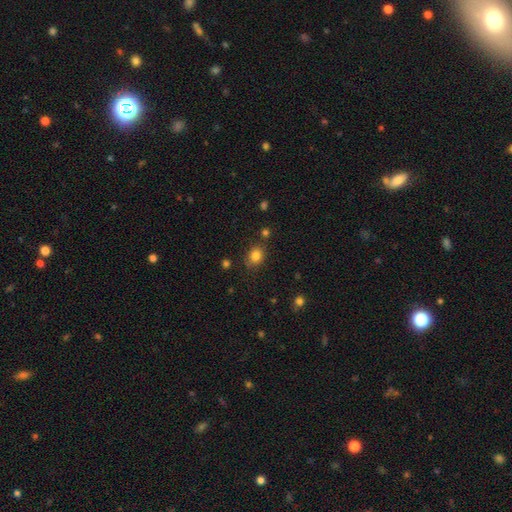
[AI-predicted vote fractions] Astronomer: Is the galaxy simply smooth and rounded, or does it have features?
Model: smooth — 82%.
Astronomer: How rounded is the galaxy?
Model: round — 57% (runner-up: in between, 42%).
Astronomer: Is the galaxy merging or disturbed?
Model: none — 77%.